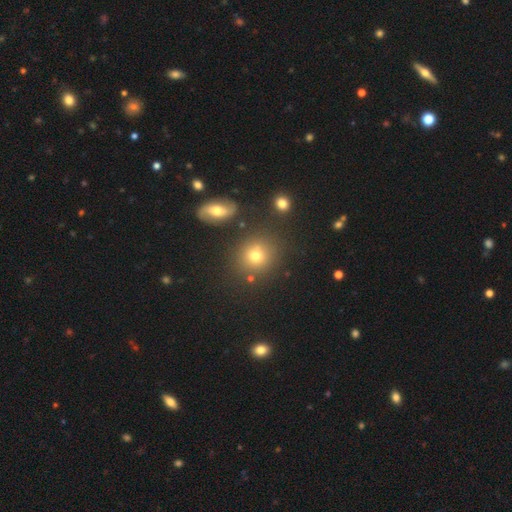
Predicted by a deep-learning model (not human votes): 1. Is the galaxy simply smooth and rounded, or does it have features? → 73% smooth, 16% star or artifact, 11% featured or disk.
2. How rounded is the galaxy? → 84% round, 15% in between, 1% cigar-shaped.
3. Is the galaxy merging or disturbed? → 79% none, 10% minor disturbance, 8% merger, 4% major disturbance.